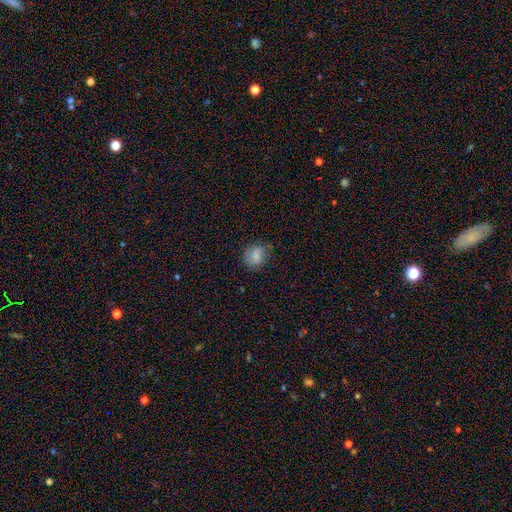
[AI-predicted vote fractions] This is likely a smooth galaxy (72%). How rounded: likely round (67%). Merging: likely none (64%).